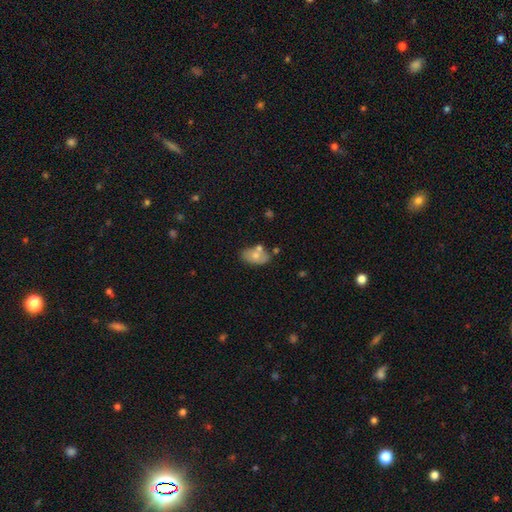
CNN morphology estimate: smooth-or-featured: smooth: 66% | featured or disk: 26% | star or artifact: 8%
  how-rounded: in between: 88% | round: 10% | cigar-shaped: 2%
  merging: none: 55% | merger: 22% | minor disturbance: 18% | major disturbance: 5%